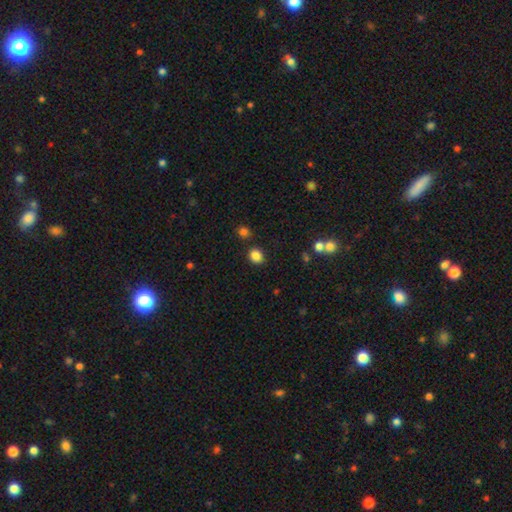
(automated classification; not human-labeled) The model was most divided on "how rounded": round: 61%, in between: 38%, cigar-shaped: 1%. More confident: merging — none (86%); smooth or featured — smooth (85%).